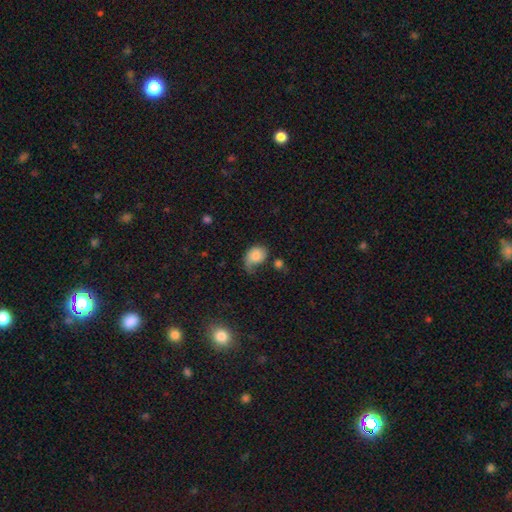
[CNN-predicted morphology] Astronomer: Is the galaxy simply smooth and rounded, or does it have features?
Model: smooth — 70%.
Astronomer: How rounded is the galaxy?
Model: in between — 67%.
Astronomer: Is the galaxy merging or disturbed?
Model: minor disturbance — 34% (runner-up: none, 31%).